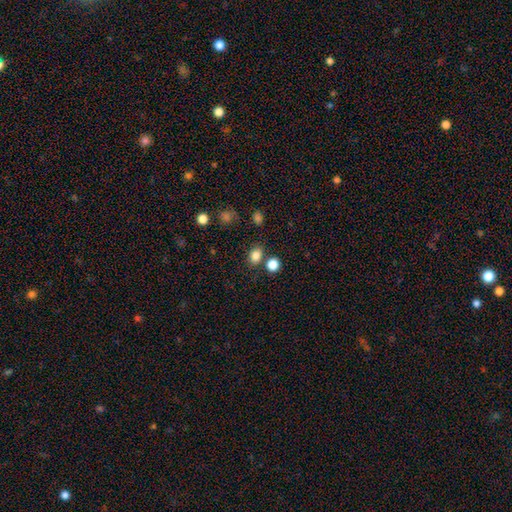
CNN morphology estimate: smooth_or_featured: smooth (p=0.83) [alt: star or artifact p=0.13]
how_rounded: in between (p=0.51) [alt: round p=0.48]
merging: none (p=0.75) [alt: merger p=0.11]